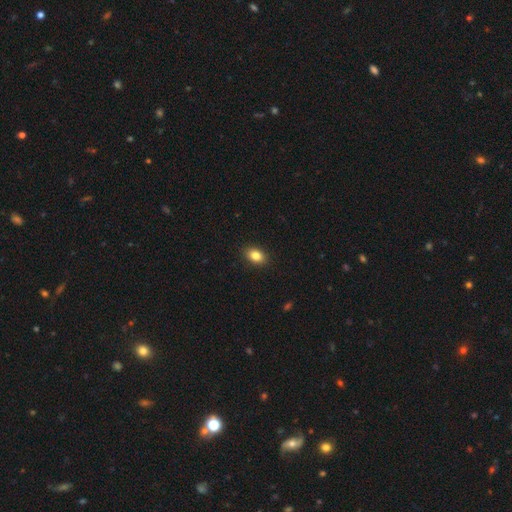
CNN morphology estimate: Smooth or featured?
  - smooth: 85% *
  - star or artifact: 9%
  - featured or disk: 7%
How rounded?
  - in between: 84% *
  - round: 15%
  - cigar-shaped: 2%
Merging?
  - none: 89% *
  - minor disturbance: 8%
  - major disturbance: 2%
  - merger: 1%